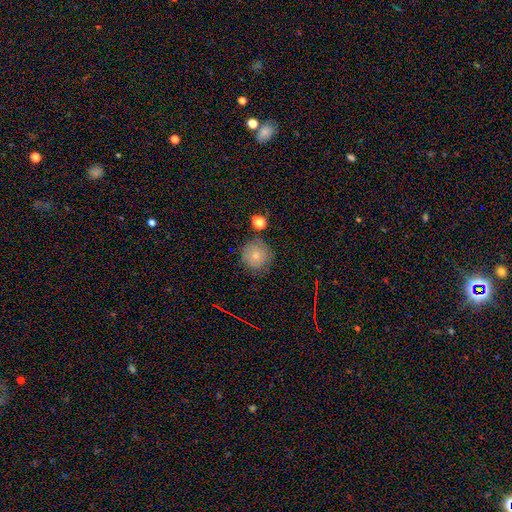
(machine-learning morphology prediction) smooth-or-featured: smooth: 76% | featured or disk: 13% | star or artifact: 11%
  how-rounded: round: 94% | in between: 5% | cigar-shaped: 1%
  merging: none: 80% | minor disturbance: 13% | merger: 4% | major disturbance: 4%